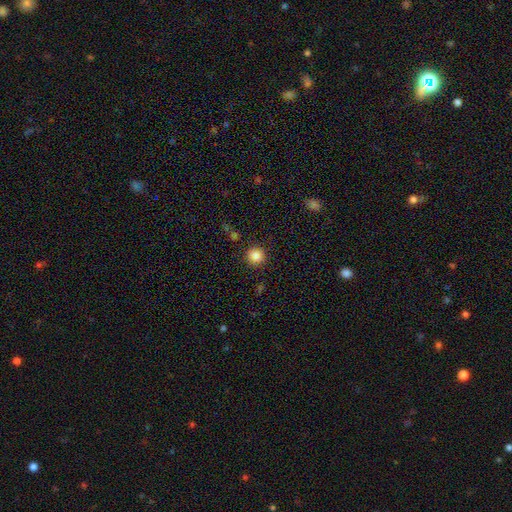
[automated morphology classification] The model was most divided on "smooth or featured": smooth: 86%, star or artifact: 11%, featured or disk: 3%. More confident: how rounded — round (94%); merging — none (90%).